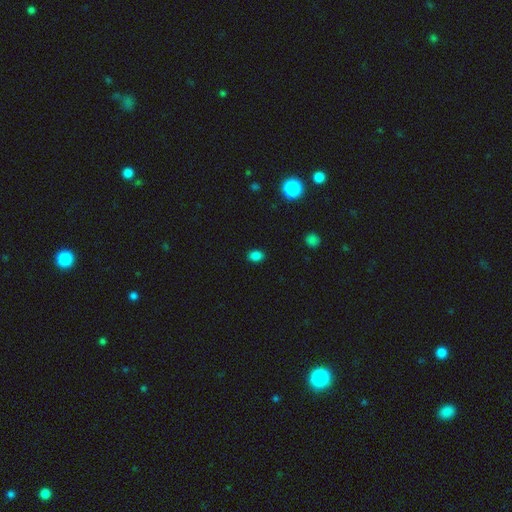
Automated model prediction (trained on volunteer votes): Morphology: type=smooth (83%); roundness=in between (72%); merging=none (88%).